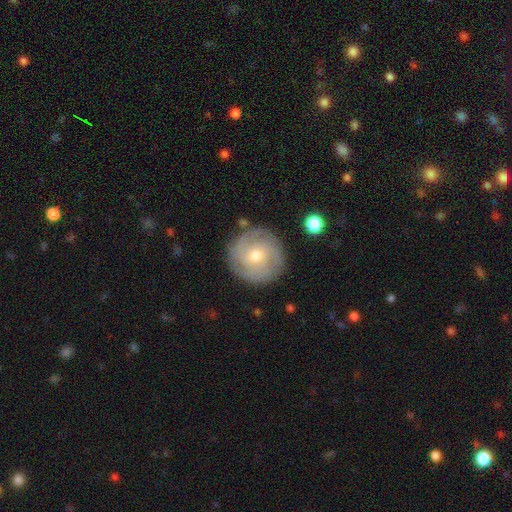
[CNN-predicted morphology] A featured or disk galaxy (74%) with no bar (62%), 3 (32%) tight (65%) spiral arms (93%) and a moderate central bulge (54%). Merging: none (85%).